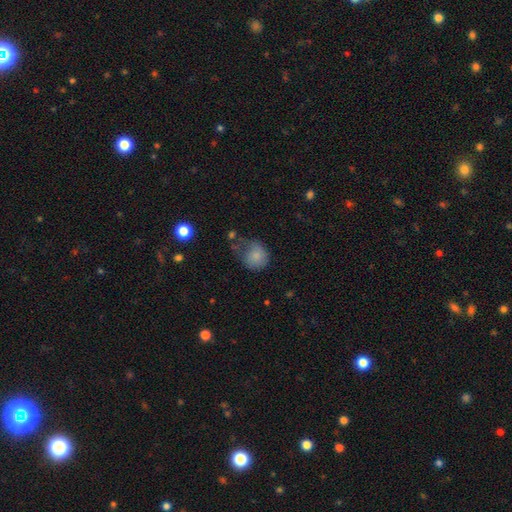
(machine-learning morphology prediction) Smooth or featured: smooth — 79% (featured or disk — 12%)
How rounded: round — 69% (in between — 31%)
Merging: none — 34% (minor disturbance — 31%)